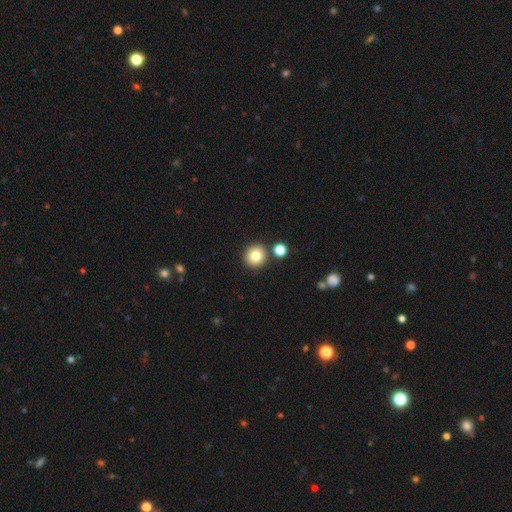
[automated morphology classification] Overall: smooth (81%). How rounded: round (93%). Merging: none (86%).